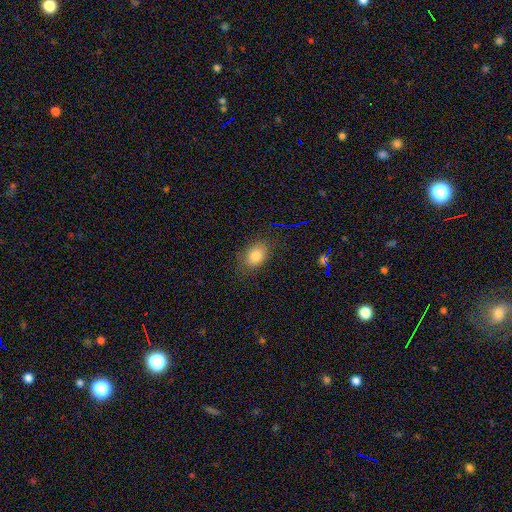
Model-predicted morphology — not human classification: smooth 81%, star or artifact 12%, featured or disk 7%. Down the decision tree: how rounded — in between (75%); merging — none (78%).